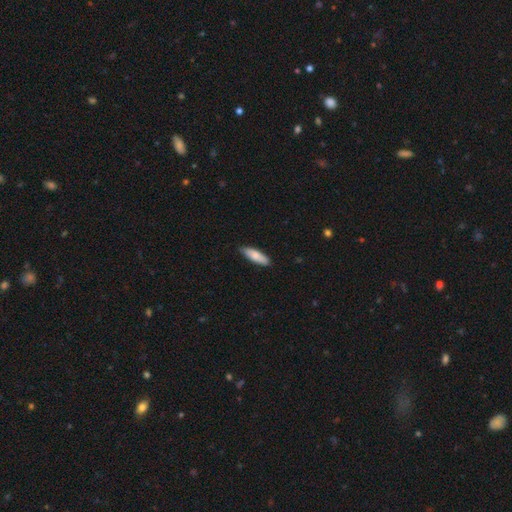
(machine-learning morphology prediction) A smooth galaxy with no disk features (80%) that is cigar-shaped (49%, tied with in between).

Vote fractions:
- Smooth or featured? smooth: 80% / featured or disk: 15% / star or artifact: 5%
- How rounded? cigar-shaped: 49% (tied) / in between: 49% (tied) / round: 2%
- Merging? none: 85% / minor disturbance: 12% / major disturbance: 2% / merger: 1%